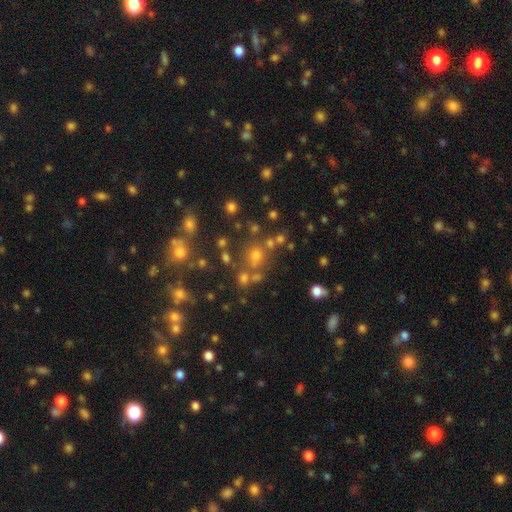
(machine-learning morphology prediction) Overall: smooth (54%; star or artifact 33%). How rounded: round (85%). Merging: none (66%).